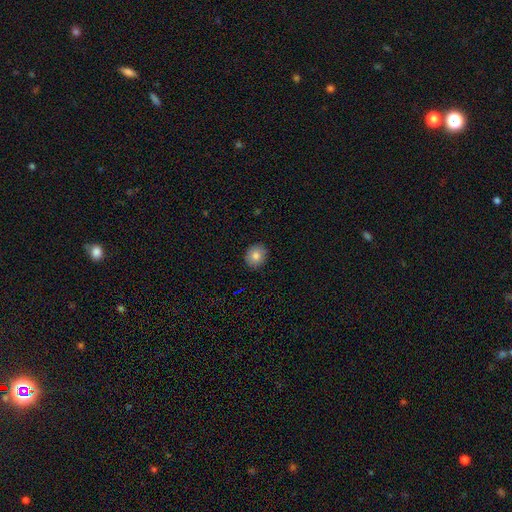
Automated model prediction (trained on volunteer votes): smooth 81%, star or artifact 9%, featured or disk 9%. Down the decision tree: how rounded — round (79%); merging — none (91%).